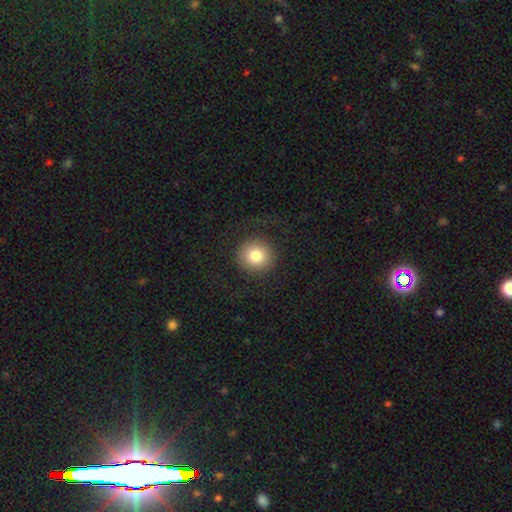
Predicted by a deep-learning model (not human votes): smooth-or-featured: smooth: 81% | featured or disk: 10% | star or artifact: 9%
  how-rounded: round: 92% | in between: 7% | cigar-shaped: 1%
  merging: none: 86% | minor disturbance: 8% | major disturbance: 6% | merger: 1%